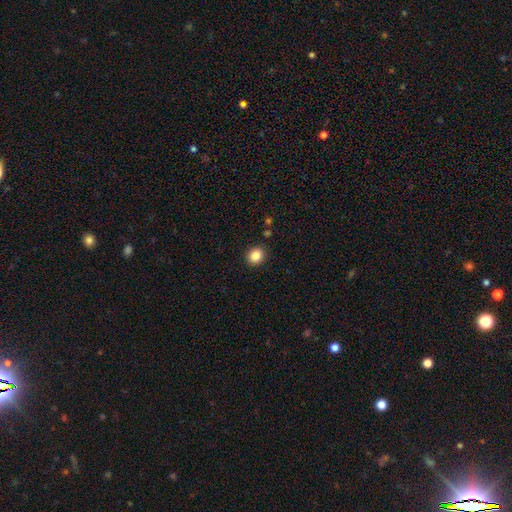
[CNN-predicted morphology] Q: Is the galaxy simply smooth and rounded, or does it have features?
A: smooth — 85%.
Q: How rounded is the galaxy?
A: round — 72%.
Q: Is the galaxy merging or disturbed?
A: none — 90%.